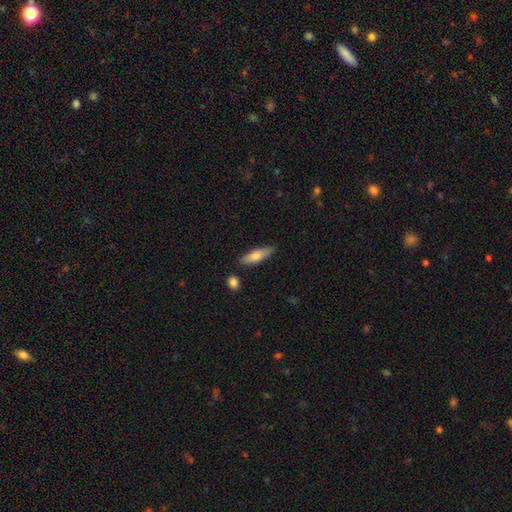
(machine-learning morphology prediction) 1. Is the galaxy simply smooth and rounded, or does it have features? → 70% smooth, 24% featured or disk, 6% star or artifact.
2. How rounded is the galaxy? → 54% cigar-shaped, 44% in between, 2% round.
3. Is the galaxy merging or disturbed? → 83% none, 11% minor disturbance, 3% merger, 2% major disturbance.